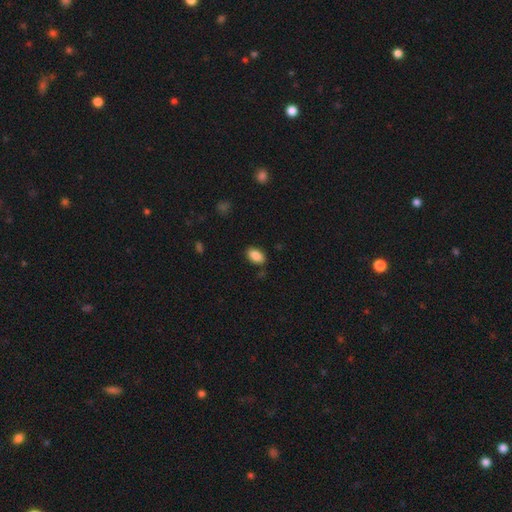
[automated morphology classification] This is clearly a smooth galaxy (87%). How rounded: clearly in between (92%). Merging: clearly none (85%).